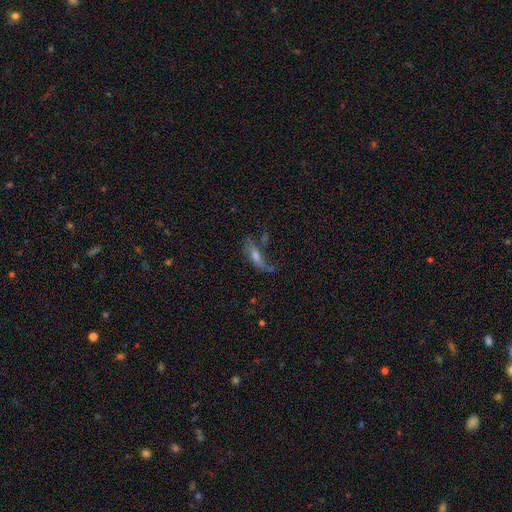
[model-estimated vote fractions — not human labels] The model was most divided on "smooth or featured": smooth: 47%, featured or disk: 40%, star or artifact: 13%. Remaining: merging — none (43%).